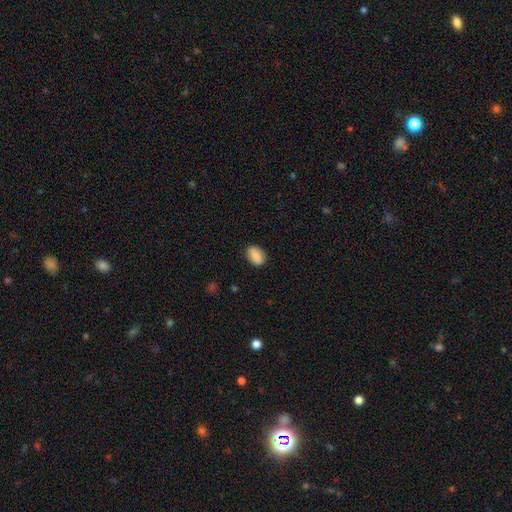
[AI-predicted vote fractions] Smooth or featured? Predicted: smooth (p=0.84). How rounded? Predicted: in between (p=0.84). Merging? Predicted: none (p=0.85).